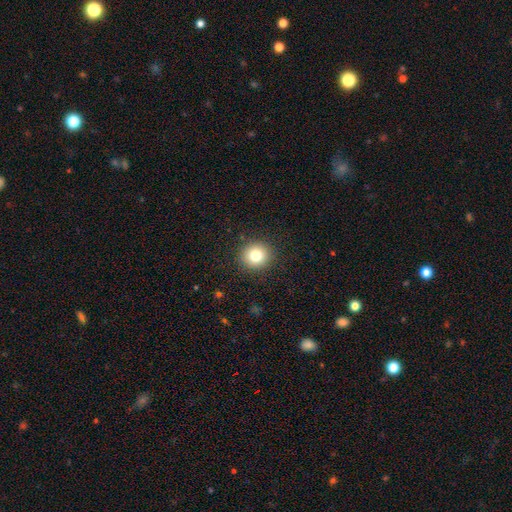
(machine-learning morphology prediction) Smooth or featured: smooth — 81% (star or artifact — 11%)
How rounded: round — 88% (in between — 11%)
Merging: none — 91% (minor disturbance — 6%)